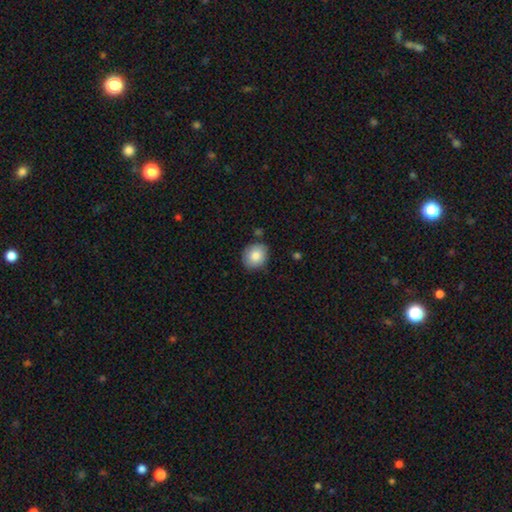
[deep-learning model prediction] Smooth or featured? Predicted: smooth (p=0.84). How rounded? Predicted: round (p=0.78). Merging? Predicted: none (p=0.80).